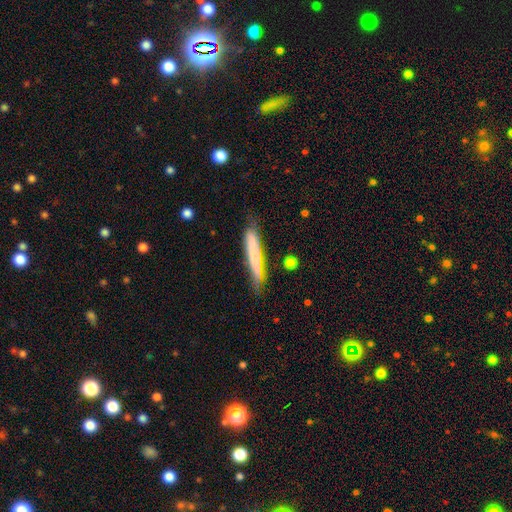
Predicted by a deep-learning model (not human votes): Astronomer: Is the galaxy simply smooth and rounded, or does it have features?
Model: smooth — 58% (runner-up: featured or disk, 35%).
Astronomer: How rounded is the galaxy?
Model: cigar-shaped — 94%.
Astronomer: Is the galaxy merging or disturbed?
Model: none — 75%.